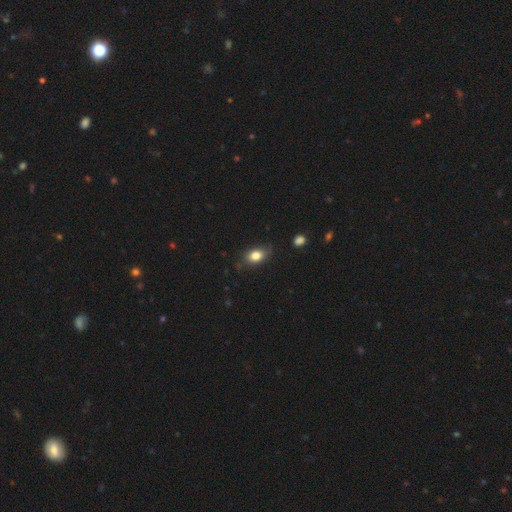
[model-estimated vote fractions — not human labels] This appears to be a smooth galaxy with no disk features (83%) that is in between round and cigar-shaped (79%). Merging: none (76%).